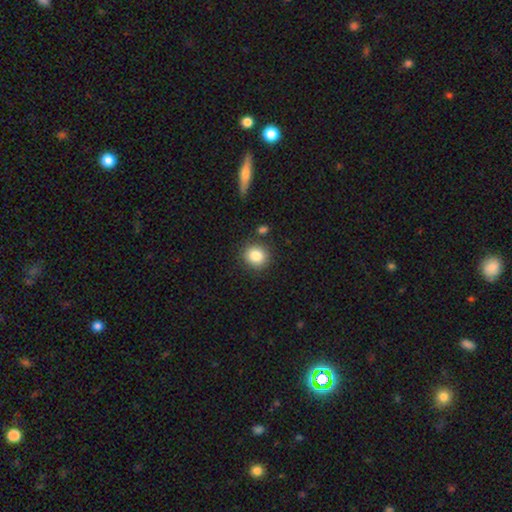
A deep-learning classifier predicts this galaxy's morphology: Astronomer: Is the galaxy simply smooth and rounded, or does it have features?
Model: smooth — 85%.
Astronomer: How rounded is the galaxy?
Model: round — 82%.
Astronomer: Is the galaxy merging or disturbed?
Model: none — 84%.